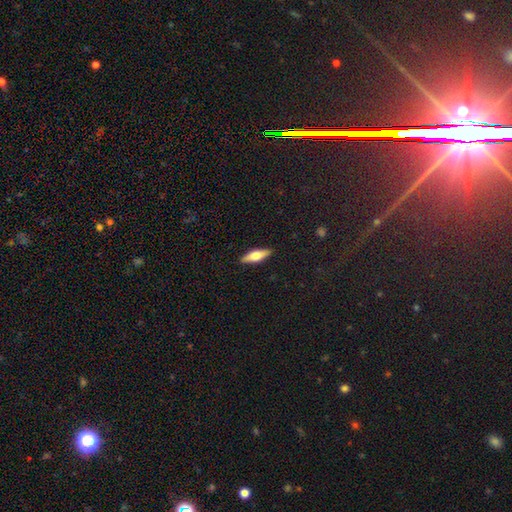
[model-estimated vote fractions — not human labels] smooth_or_featured: smooth (p=0.51) [alt: featured or disk p=0.43]
how_rounded: cigar-shaped (p=0.50) [alt: in between p=0.47]
merging: none (p=0.90) [alt: minor disturbance p=0.07]